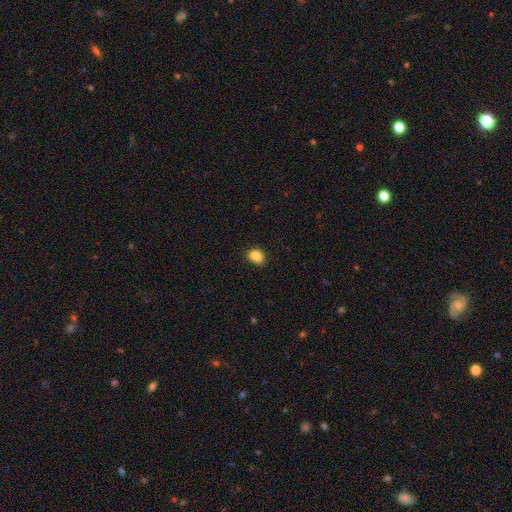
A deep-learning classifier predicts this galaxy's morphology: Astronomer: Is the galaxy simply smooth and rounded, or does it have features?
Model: smooth — 87%.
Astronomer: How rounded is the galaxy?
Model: in between — 58% (runner-up: round, 41%).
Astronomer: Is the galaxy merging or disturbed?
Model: none — 82%.